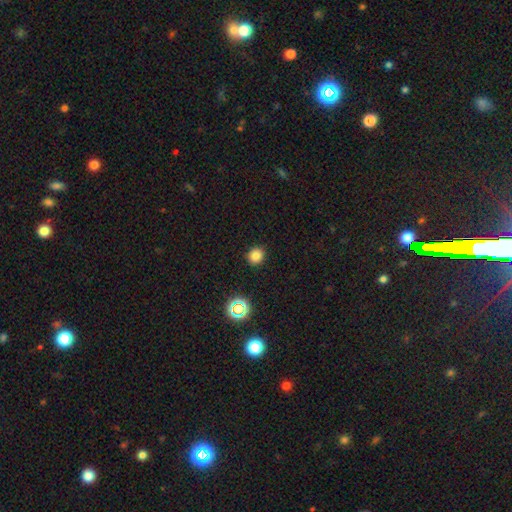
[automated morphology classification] Smooth or featured? Predicted: smooth (p=0.80). How rounded? Predicted: round (p=0.86). Merging? Predicted: none (p=0.91).